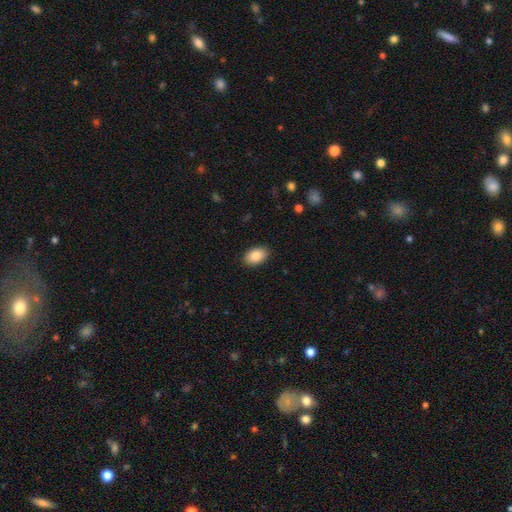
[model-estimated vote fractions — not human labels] A smooth galaxy with no disk features (88%) that is in between round and cigar-shaped (92%). Merging: none (89%).